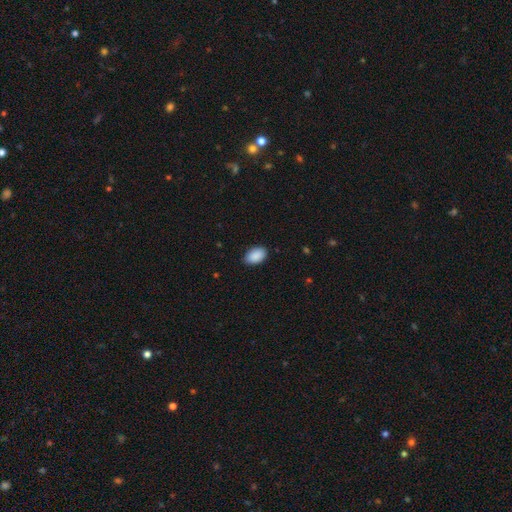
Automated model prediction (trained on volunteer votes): Smooth or featured? Predicted: smooth (p=0.90). How rounded? Predicted: in between (p=0.91). Merging? Predicted: none (p=0.85).